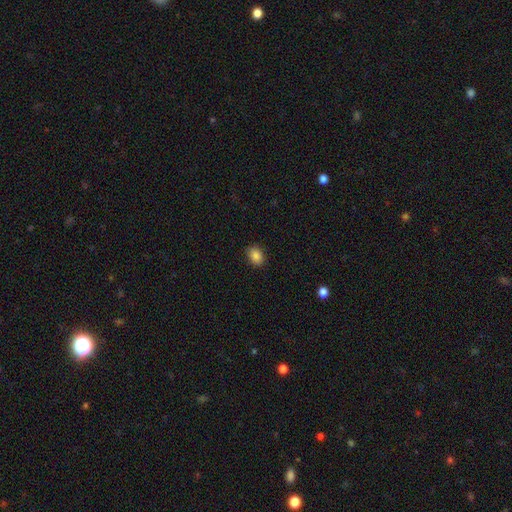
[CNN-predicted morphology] type=smooth (85%); roundness=in between (70%); merging=none (87%).